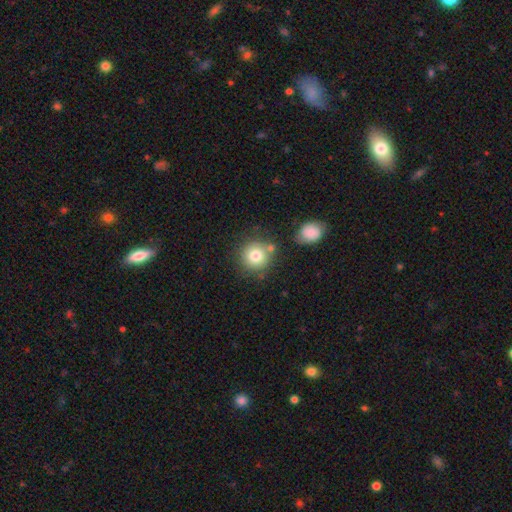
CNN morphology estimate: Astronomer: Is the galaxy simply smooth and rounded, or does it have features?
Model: smooth — 79%.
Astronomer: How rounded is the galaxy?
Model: round — 91%.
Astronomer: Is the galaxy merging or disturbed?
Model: none — 70%.